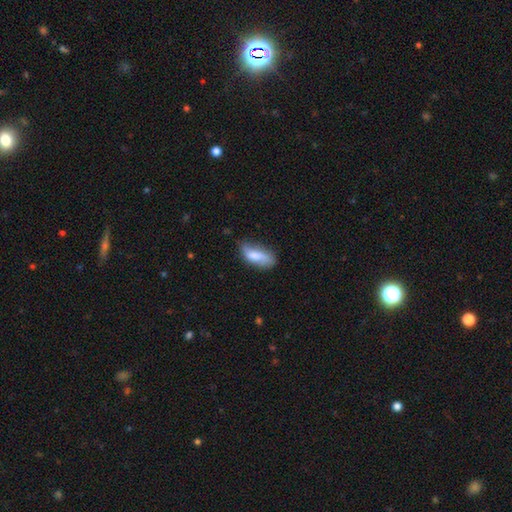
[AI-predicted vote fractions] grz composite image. It shows a smooth galaxy with no disk features (68%) that is in between round and cigar-shaped (80%). Merging: none (57%).